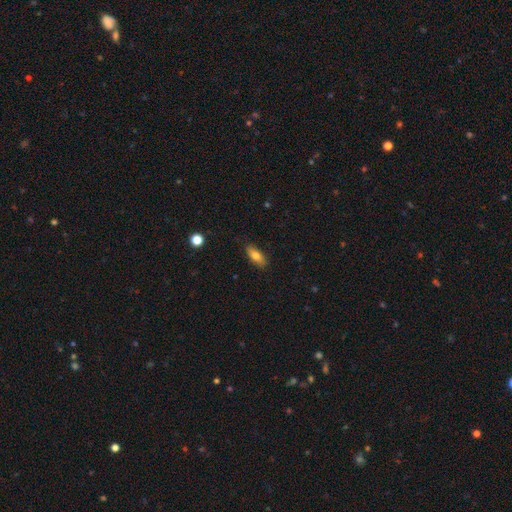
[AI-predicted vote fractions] smooth_or_featured: smooth (p=0.75) [alt: featured or disk p=0.18]
how_rounded: in between (p=0.75) [alt: cigar-shaped p=0.22]
merging: none (p=0.86) [alt: minor disturbance p=0.11]